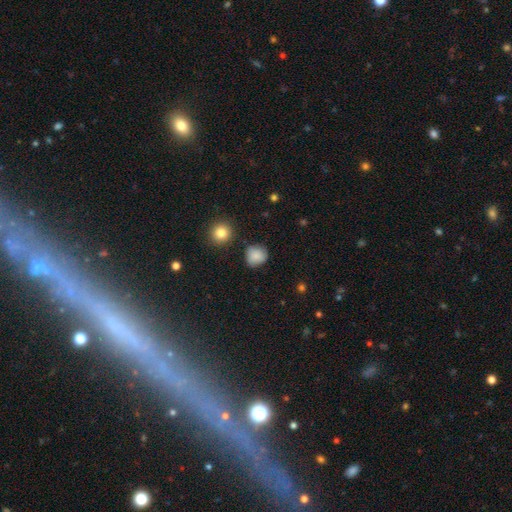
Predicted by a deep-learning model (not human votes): The model was most divided on "merging": none: 73%, minor disturbance: 19%, major disturbance: 5%, merger: 3%. More confident: how rounded — round (84%); smooth or featured — smooth (83%).